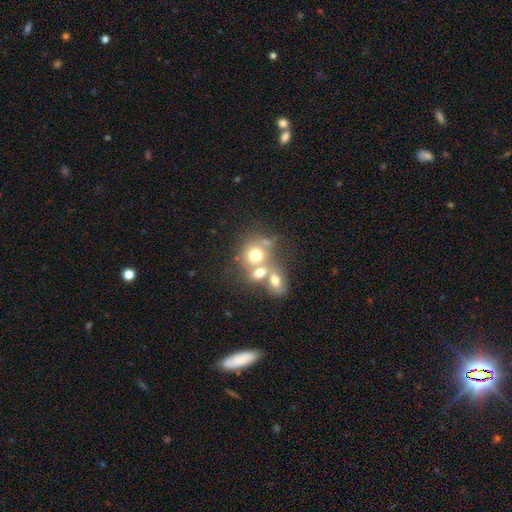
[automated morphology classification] Overall: smooth (67%). How rounded: round (69%; in between 30%). Merging: merger (58%; none 29%).